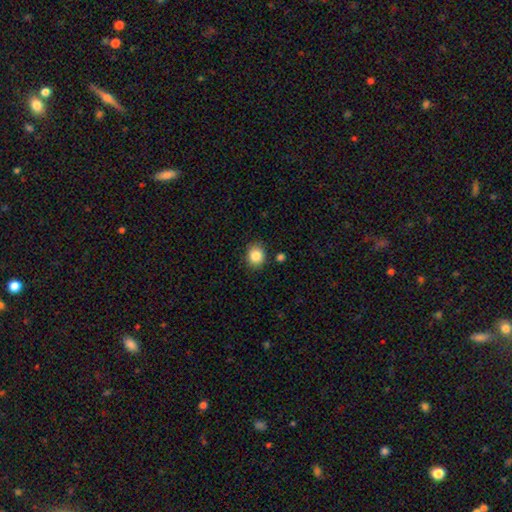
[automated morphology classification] Smooth or featured: smooth — 86% (star or artifact — 9%)
How rounded: round — 71% (in between — 29%)
Merging: none — 85% (minor disturbance — 10%)